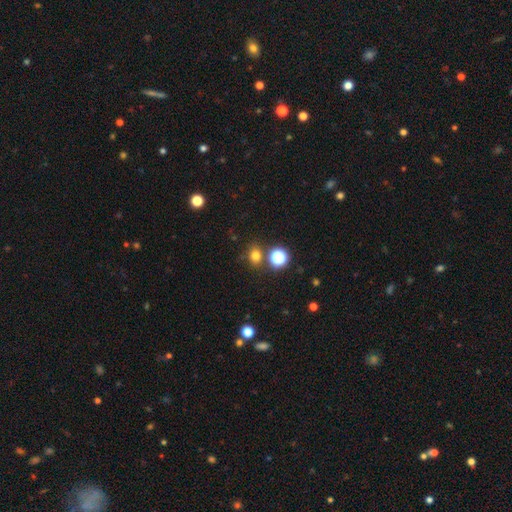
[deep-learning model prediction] A smooth galaxy with no disk features (73%) that is round (64%). Merging: none (76%).